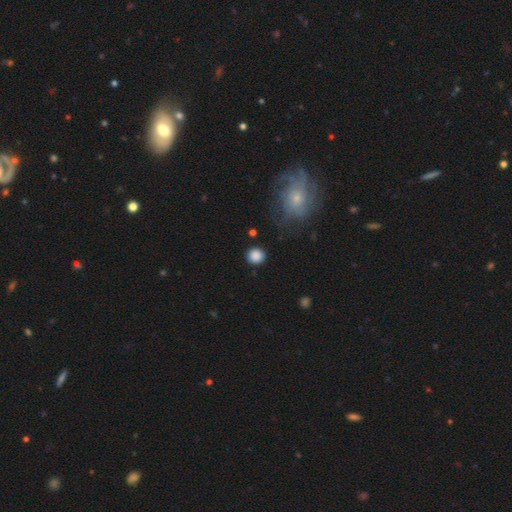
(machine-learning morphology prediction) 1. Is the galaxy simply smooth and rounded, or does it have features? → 87% smooth, 9% star or artifact, 4% featured or disk.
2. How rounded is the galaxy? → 91% round, 8% in between, 1% cigar-shaped.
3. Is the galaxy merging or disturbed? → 87% none, 8% minor disturbance, 3% major disturbance, 2% merger.